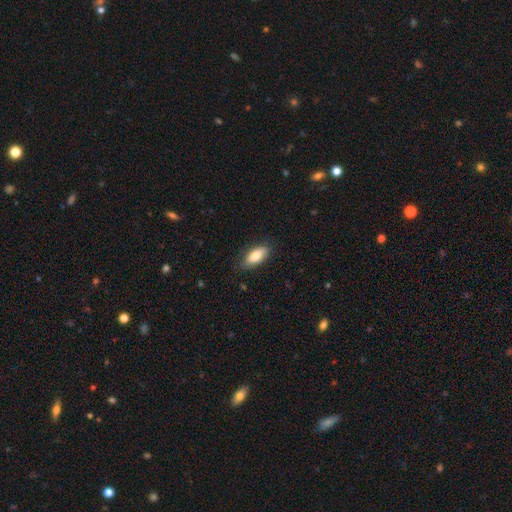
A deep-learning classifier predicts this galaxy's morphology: smooth-or-featured: smooth: 81% | featured or disk: 13% | star or artifact: 6%
  how-rounded: in between: 84% | cigar-shaped: 13% | round: 2%
  merging: none: 81% | minor disturbance: 15% | major disturbance: 3% | merger: 1%